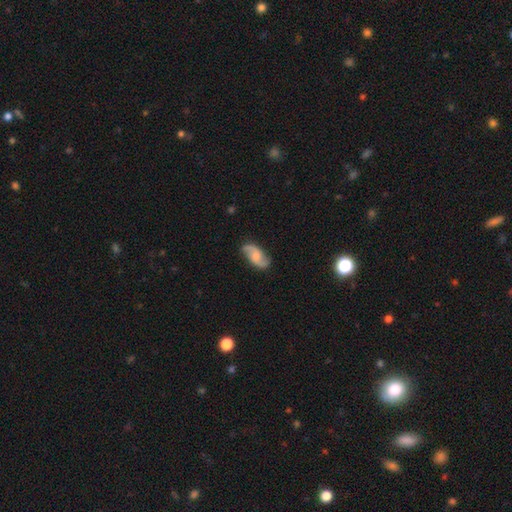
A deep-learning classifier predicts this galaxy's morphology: Smooth or featured? Predicted: featured or disk (p=0.77). Edge-on disk? Predicted: no (p=0.96). Bar? Predicted: no (p=0.55). Spiral arms? Predicted: yes (p=0.96). Spiral winding? Predicted: loose (p=0.55). Spiral arm count? Predicted: 2 (p=0.93). Bulge size? Predicted: moderate (p=0.40). Merging? Predicted: none (p=0.82).